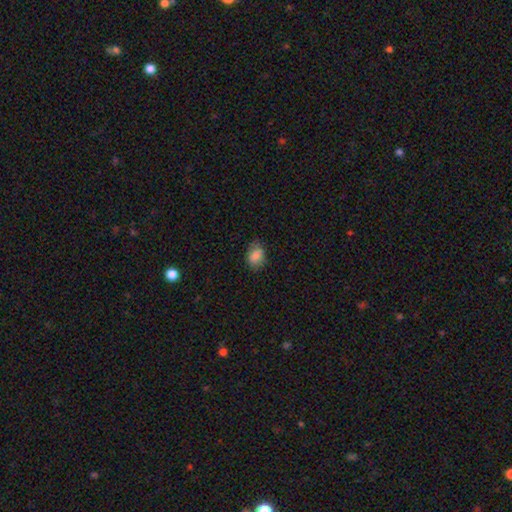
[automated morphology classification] Overall: smooth (83%). How rounded: in between (74%). Merging: none (76%).